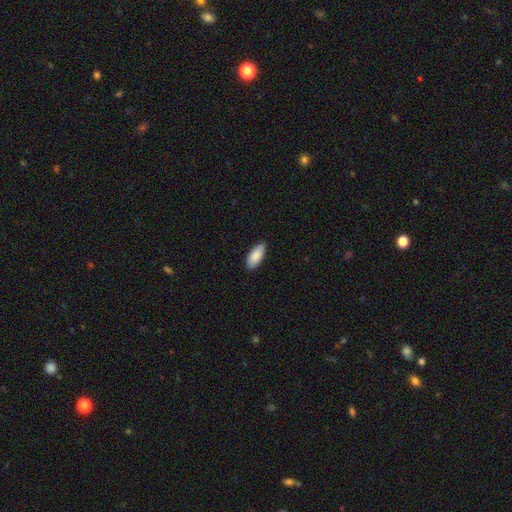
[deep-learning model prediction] Overall: smooth (89%). How rounded: in between (87%). Merging: none (85%).